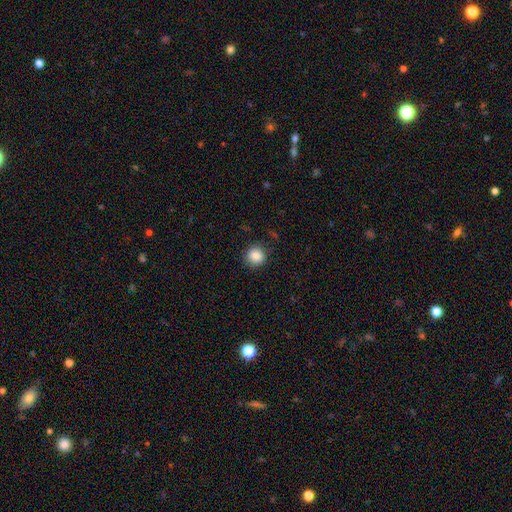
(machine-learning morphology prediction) The model was most divided on "merging": none: 86%, minor disturbance: 10%, major disturbance: 3%, merger: 1%. More confident: how rounded — round (89%); smooth or featured — smooth (86%).